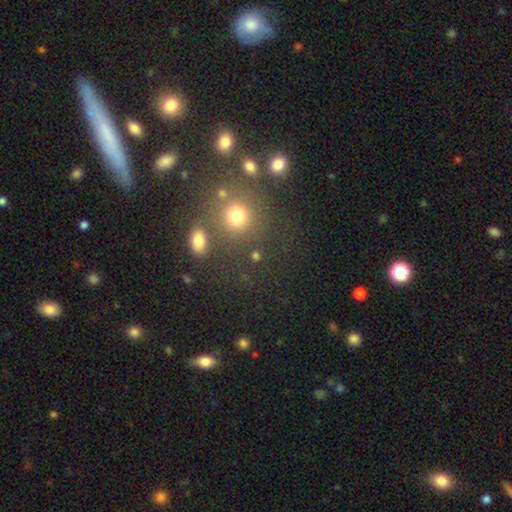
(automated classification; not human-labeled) The model was most divided on "smooth or featured": smooth: 71%, star or artifact: 21%, featured or disk: 8%. More confident: how rounded — round (83%); merging — none (73%).